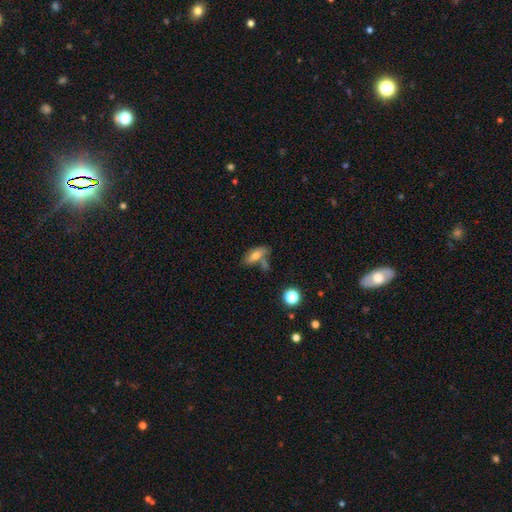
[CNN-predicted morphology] This appears to be a smooth galaxy with no disk features (72%) that is in between round and cigar-shaped (78%). Merging: none (53%).